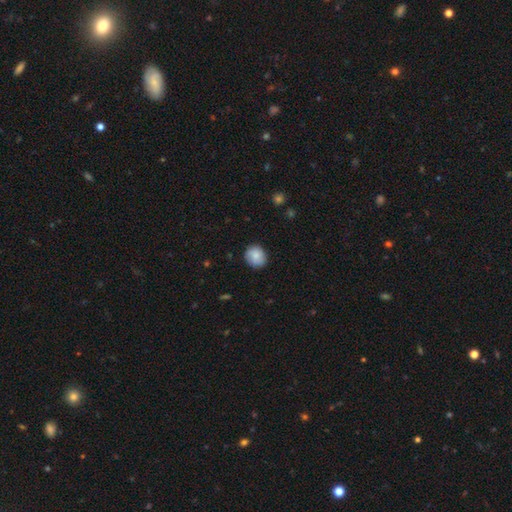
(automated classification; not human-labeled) smooth-or-featured: smooth: 84% | featured or disk: 9% | star or artifact: 7%
  how-rounded: round: 79% | in between: 20% | cigar-shaped: 1%
  merging: none: 84% | minor disturbance: 12% | major disturbance: 2% | merger: 1%